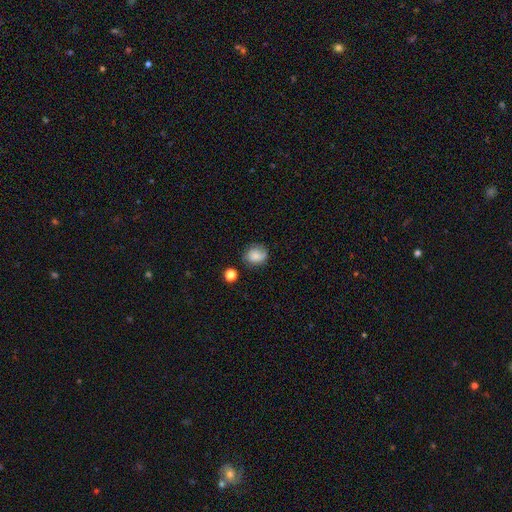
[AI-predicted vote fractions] Overall: smooth (72%). How rounded: round (68%; in between 31%). Merging: none (70%).